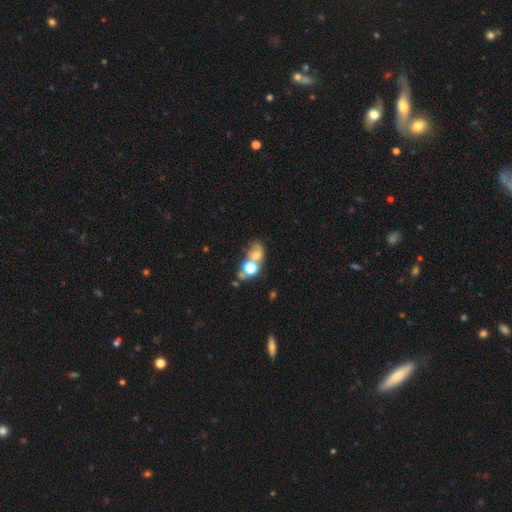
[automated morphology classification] smooth 53%, featured or disk 25%, star or artifact 22%. Down the decision tree: how rounded — in between (55%); merging — merger (49%).